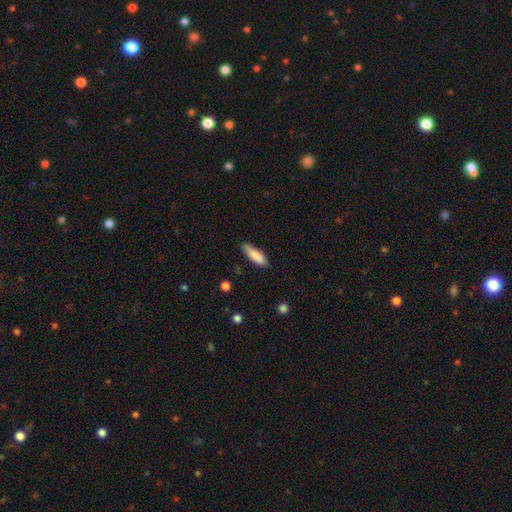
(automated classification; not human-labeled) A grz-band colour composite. It shows a smooth galaxy with no disk features (86%) that is in between round and cigar-shaped (49%, tied with cigar-shaped). Merging: none (78%).